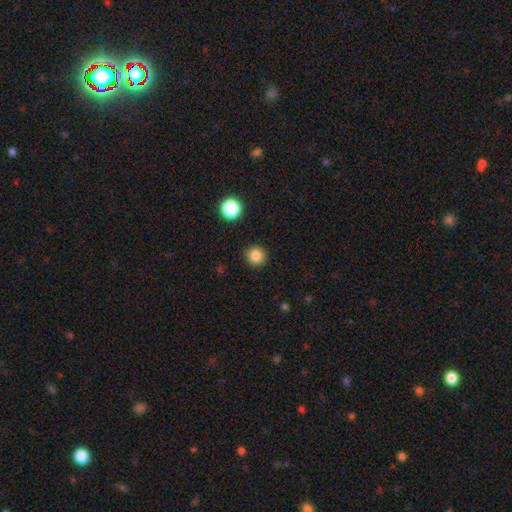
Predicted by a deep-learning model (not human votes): Smooth or featured? smooth (84%)
How rounded? round (93%)
Merging? none (91%)